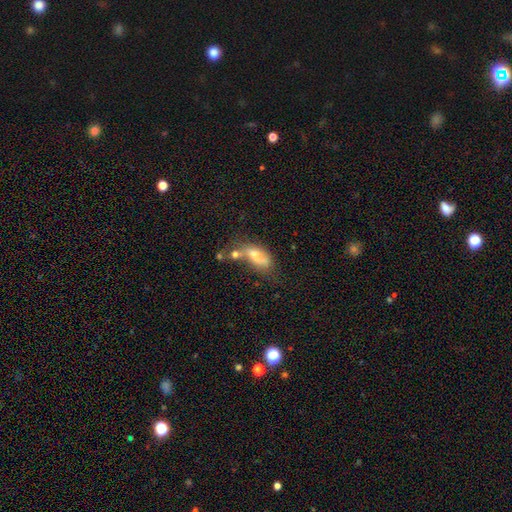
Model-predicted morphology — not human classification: Smooth or featured?
  - smooth: 57% *
  - featured or disk: 32%
  - star or artifact: 12%
How rounded?
  - in between: 82% *
  - cigar-shaped: 10%
  - round: 8%
Merging?
  - merger: 42% *
  - major disturbance: 22%
  - none: 20%
  - minor disturbance: 15%